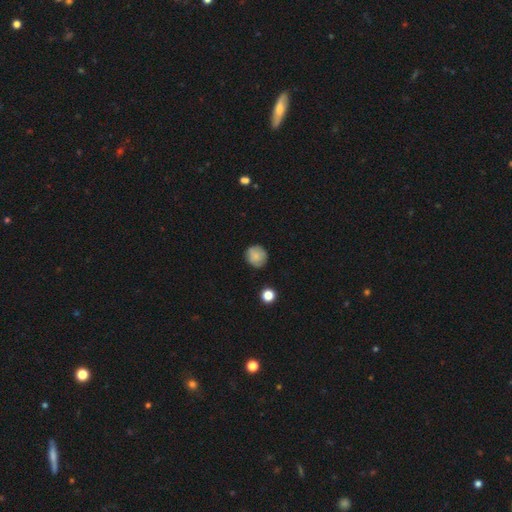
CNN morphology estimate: A smooth galaxy with no disk features (77%) that is round (88%). Merging: none (81%).